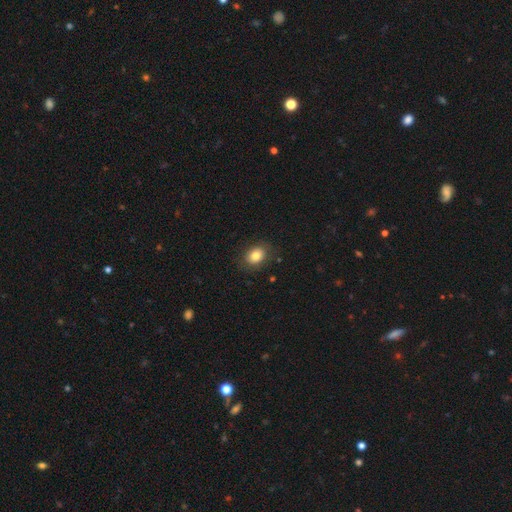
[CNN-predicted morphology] The model was most divided on "how rounded": in between: 65%, round: 34%, cigar-shaped: 1%. More confident: merging — none (83%); smooth or featured — smooth (83%).